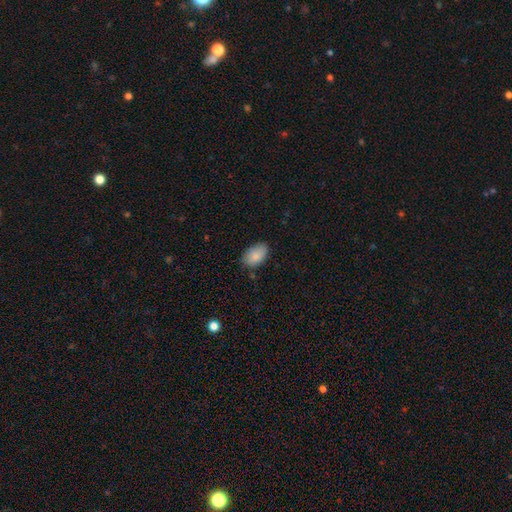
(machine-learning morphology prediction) This appears to be a smooth galaxy with no disk features (87%) that is in between round and cigar-shaped (93%). Merging: none (78%).